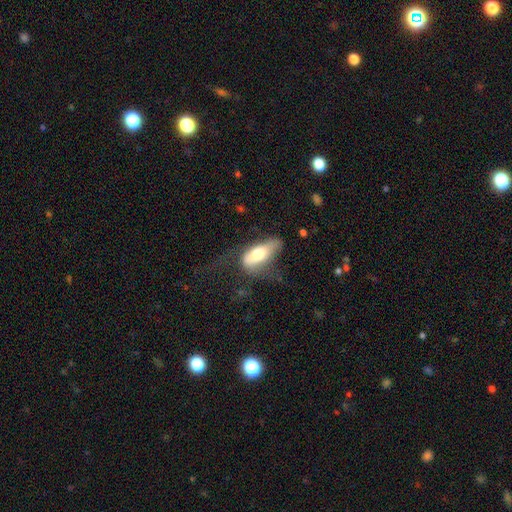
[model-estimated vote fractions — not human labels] smooth_or_featured: smooth (p=0.62) [alt: featured or disk p=0.31]
how_rounded: in between (p=0.76) [alt: cigar-shaped p=0.21]
merging: none (p=0.34) [alt: major disturbance p=0.33]